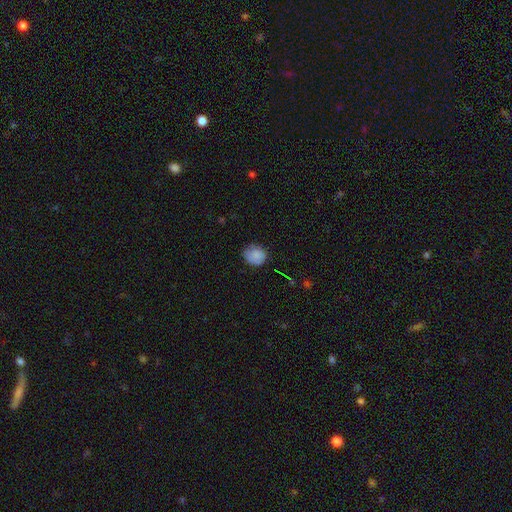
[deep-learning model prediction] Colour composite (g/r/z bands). It shows a smooth galaxy with no disk features (83%) that is round (72%). Merging: none (71%).